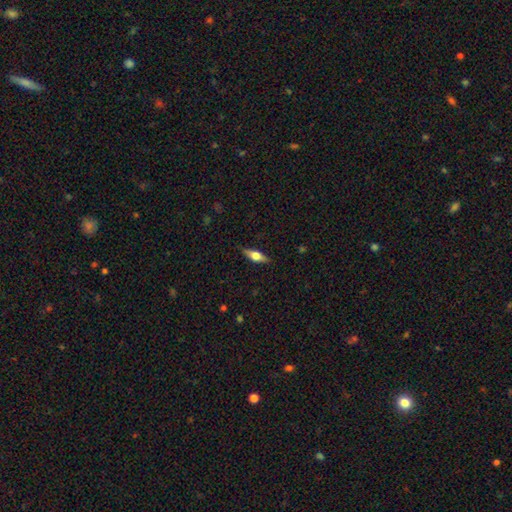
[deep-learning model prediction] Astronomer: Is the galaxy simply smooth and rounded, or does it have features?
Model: featured or disk — 50% (runner-up: smooth, 44%).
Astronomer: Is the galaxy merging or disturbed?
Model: none — 86%.